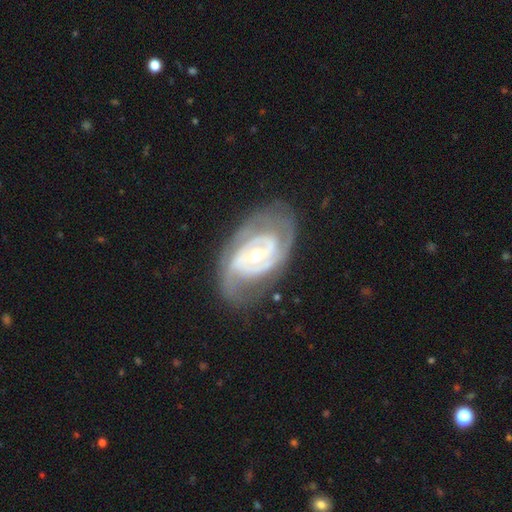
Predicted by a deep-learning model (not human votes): featured or disk 88%, smooth 7%, star or artifact 5%. Down the decision tree: edge-on disk — no (96%); bar — no (44%); spiral arms — yes (93%); spiral arm count — 2 (55%); spiral winding — tight (57%); bulge size — moderate (53%); merging — none (68%).